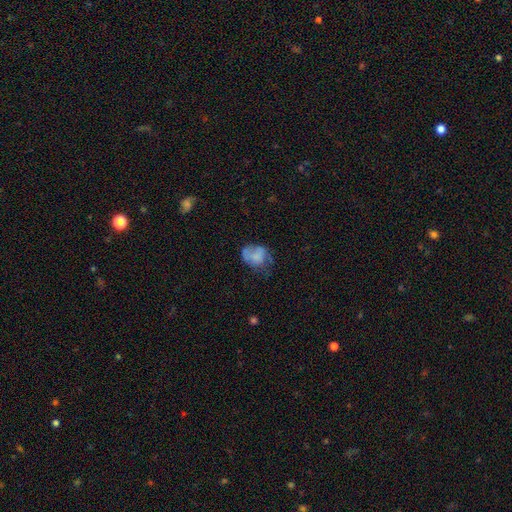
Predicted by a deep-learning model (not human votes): A smooth galaxy with no disk features (61%) that is in between round and cigar-shaped (56%). Merging: none (35%).